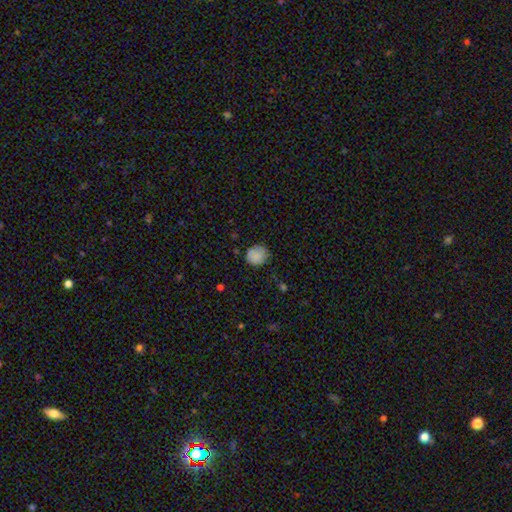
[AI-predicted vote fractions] Smooth or featured? smooth (85%)
How rounded? round (81%)
Merging? none (75%)